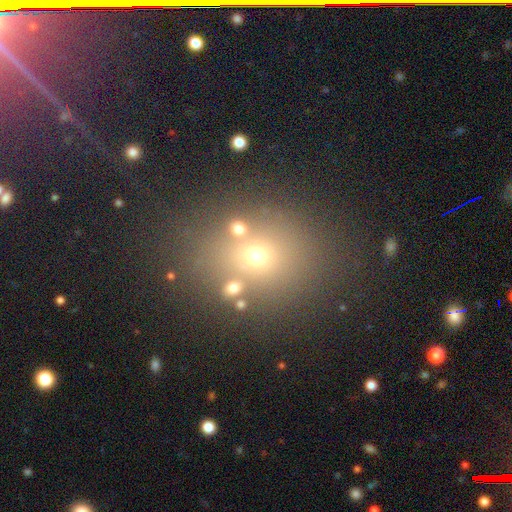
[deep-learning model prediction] smooth-or-featured: smooth: 58% | star or artifact: 29% | featured or disk: 13%
  how-rounded: round: 60% | in between: 39% | cigar-shaped: 1%
  merging: none: 75% | minor disturbance: 10% | merger: 10% | major disturbance: 5%